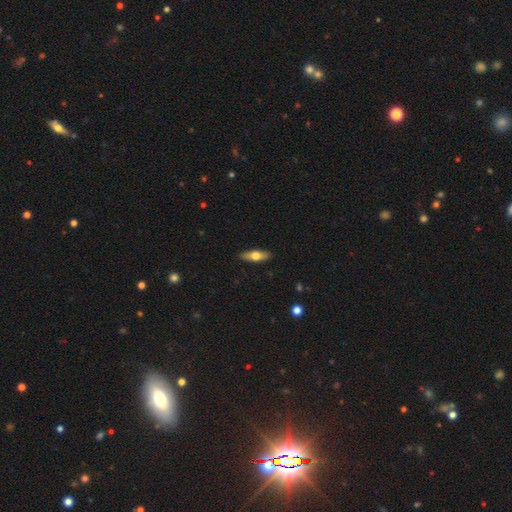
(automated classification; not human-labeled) The model was most divided on "how rounded": in between: 53%, cigar-shaped: 44%, round: 3%. More confident: merging — none (89%); smooth or featured — smooth (58%).